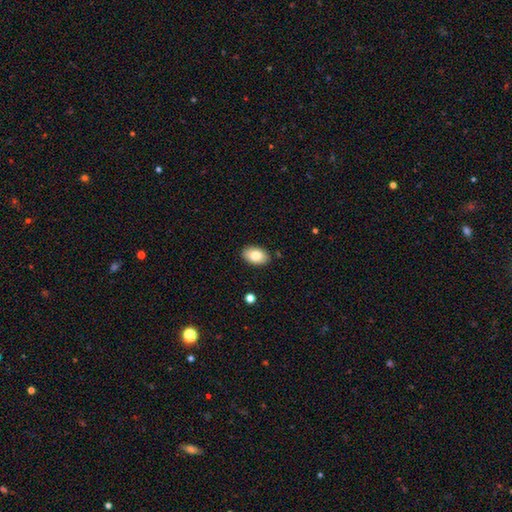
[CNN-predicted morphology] Smooth or featured? smooth (83%)
How rounded? in between (91%)
Merging? none (87%)